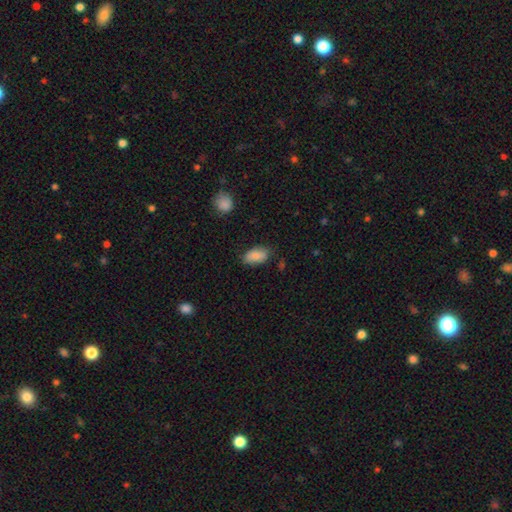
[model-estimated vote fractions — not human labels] Smooth or featured? Predicted: smooth (p=0.85). How rounded? Predicted: in between (p=0.93). Merging? Predicted: none (p=0.74).